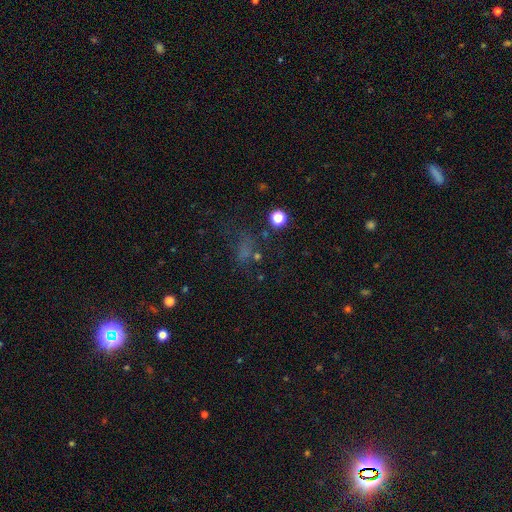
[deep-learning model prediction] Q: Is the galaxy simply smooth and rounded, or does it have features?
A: smooth — 44%.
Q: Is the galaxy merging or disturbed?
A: none — 53%.